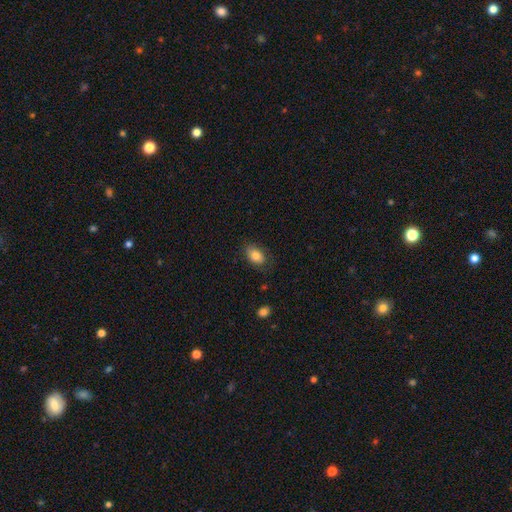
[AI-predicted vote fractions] Overall: smooth (82%). How rounded: in between (85%). Merging: none (77%).